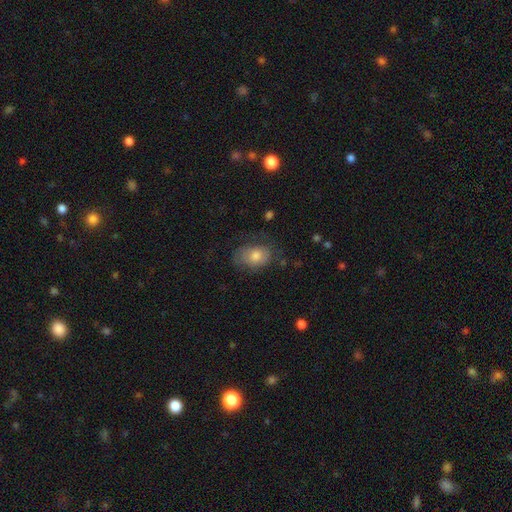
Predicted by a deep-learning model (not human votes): Smooth or featured?
  - smooth: 68% *
  - featured or disk: 22%
  - star or artifact: 10%
How rounded?
  - in between: 73% *
  - round: 26%
  - cigar-shaped: 1%
Merging?
  - none: 60% *
  - minor disturbance: 25%
  - major disturbance: 13%
  - merger: 2%